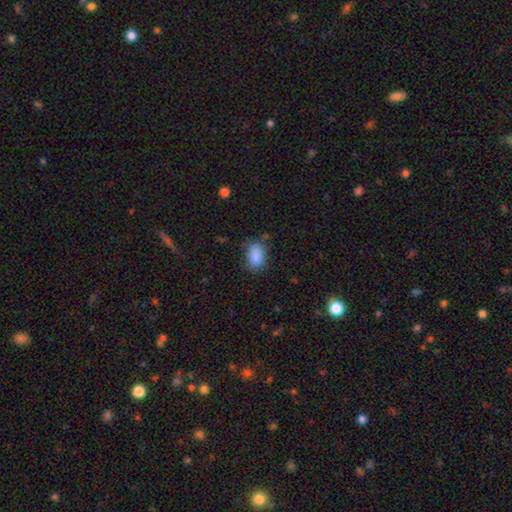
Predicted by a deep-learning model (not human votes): Morphology: type=smooth (87%); roundness=in between (89%); merging=none (71%).